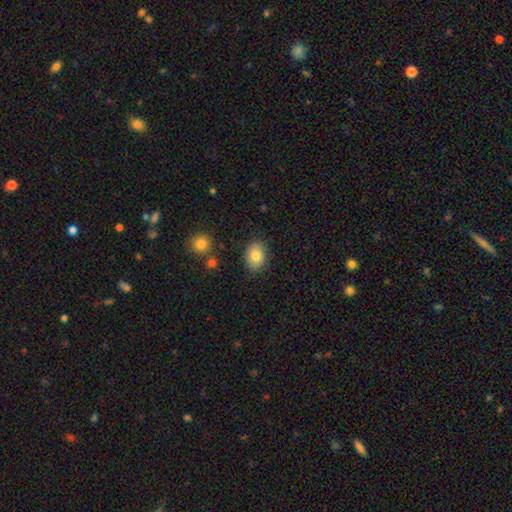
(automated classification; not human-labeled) Morphology: type=smooth (82%); roundness=in between (71%); merging=none (84%).